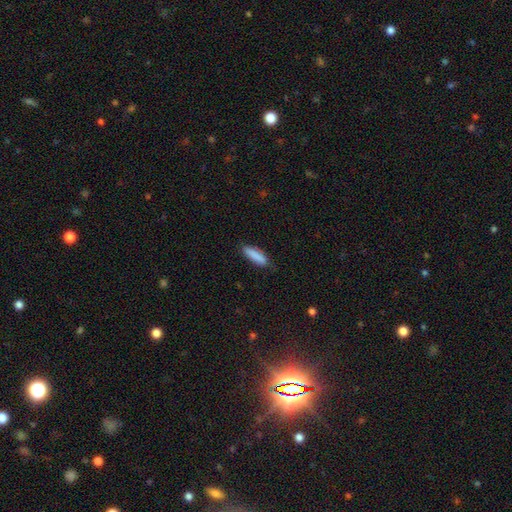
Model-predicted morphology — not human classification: smooth_or_featured: smooth (p=0.87) [alt: featured or disk p=0.07]
how_rounded: cigar-shaped (p=0.67) [alt: in between p=0.31]
merging: none (p=0.82) [alt: minor disturbance p=0.14]